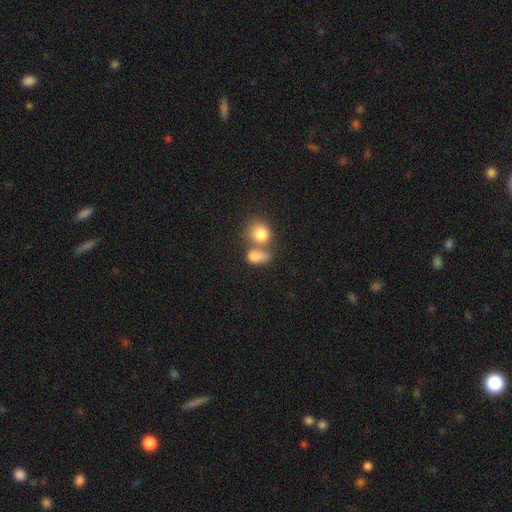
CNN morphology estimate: A smooth galaxy with no disk features (81%) that is in between round and cigar-shaped (62%).

Vote fractions:
- Smooth or featured? smooth: 81% / featured or disk: 10% / star or artifact: 10%
- How rounded? in between: 62% / round: 35% / cigar-shaped: 3%
- Merging? merger: 53% / none: 30% / minor disturbance: 11% / major disturbance: 7%